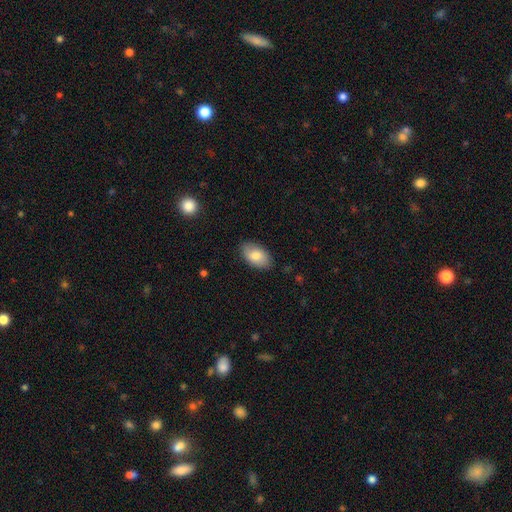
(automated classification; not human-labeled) Smooth or featured? Predicted: smooth (p=0.80). How rounded? Predicted: in between (p=0.93). Merging? Predicted: none (p=0.84).